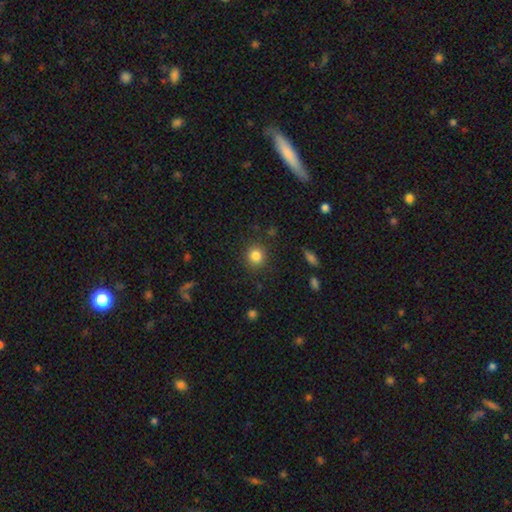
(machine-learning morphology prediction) This is clearly a smooth galaxy (84%). How rounded: clearly round (89%). Merging: clearly none (88%).